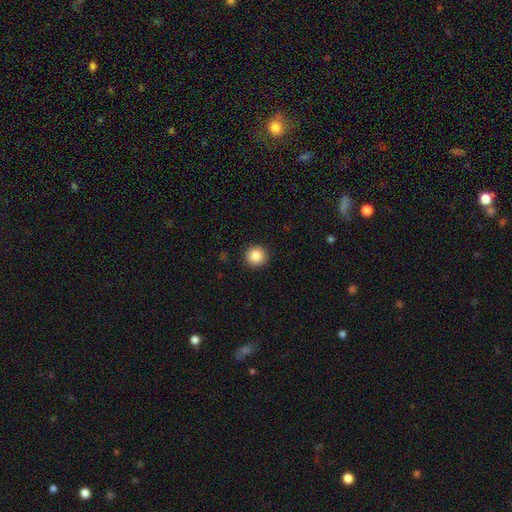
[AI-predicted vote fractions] Smooth or featured: smooth — 86% (star or artifact — 9%)
How rounded: round — 95% (in between — 4%)
Merging: none — 92% (minor disturbance — 5%)